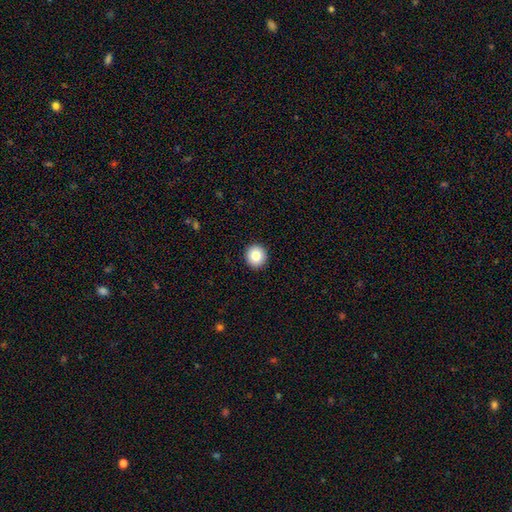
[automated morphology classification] Overall: smooth (82%). How rounded: round (92%). Merging: none (93%).